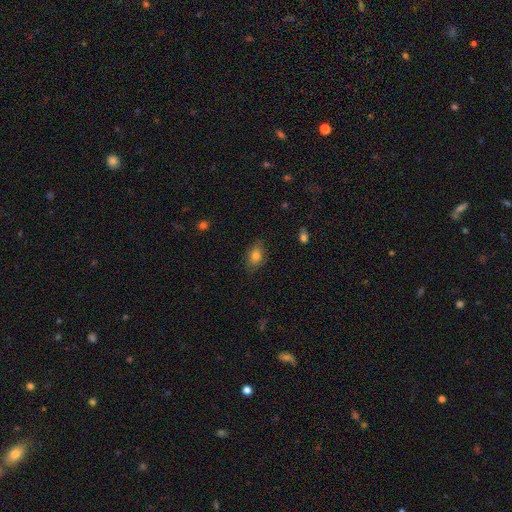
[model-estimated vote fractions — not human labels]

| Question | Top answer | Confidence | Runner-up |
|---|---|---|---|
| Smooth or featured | smooth | 79% | featured or disk (11%) |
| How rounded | in between | 79% | round (19%) |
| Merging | none | 78% | minor disturbance (17%) |